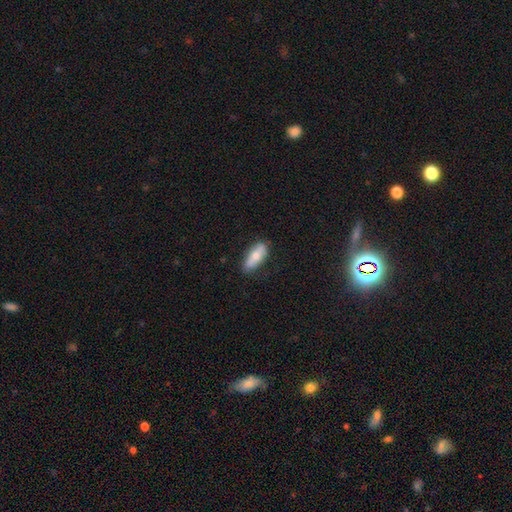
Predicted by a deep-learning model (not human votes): A smooth galaxy with no disk features (69%) that is in between round and cigar-shaped (73%). Merging: none (79%).